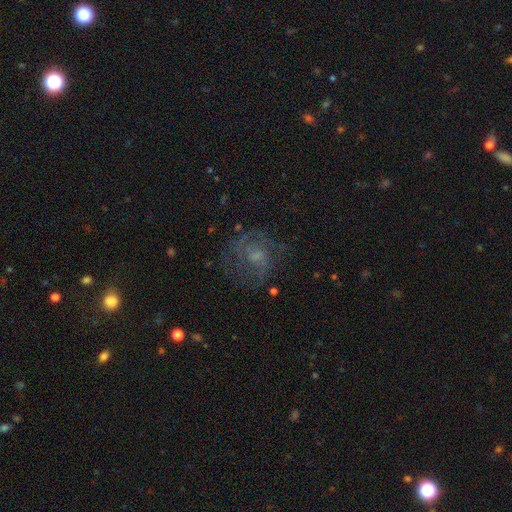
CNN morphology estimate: smooth-or-featured: featured or disk: 66% | smooth: 21% | star or artifact: 13%
  disk-edge-on: no: 97% | yes: 3%
    bar: no: 63% | weak: 32% | strong: 5%
    has-spiral-arms: yes: 81% | no: 19%
      spiral-winding: medium: 47% | tight: 34% | loose: 19%
      spiral-arm-count: 2: 44% | can't tell: 32% | 3: 12% | 1: 6% | 4: 4% | more than 4: 3%
    bulge-size: small: 39% | moderate: 34% | none: 20% | large: 5% | dominant: 1%
  merging: none: 63% | minor disturbance: 18% | major disturbance: 17% | merger: 2%